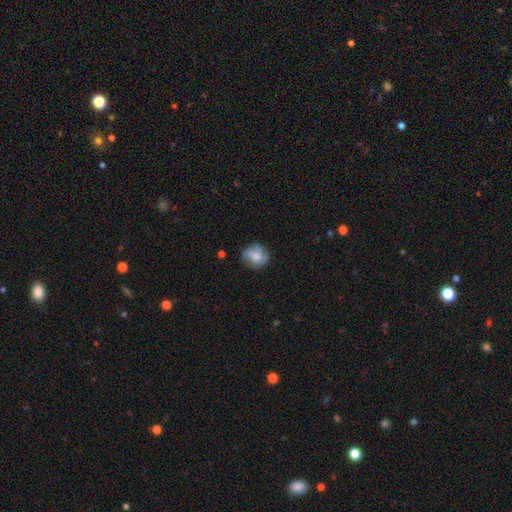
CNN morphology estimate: A smooth galaxy with no disk features (59%) that is round (78%). Merging: none (66%).